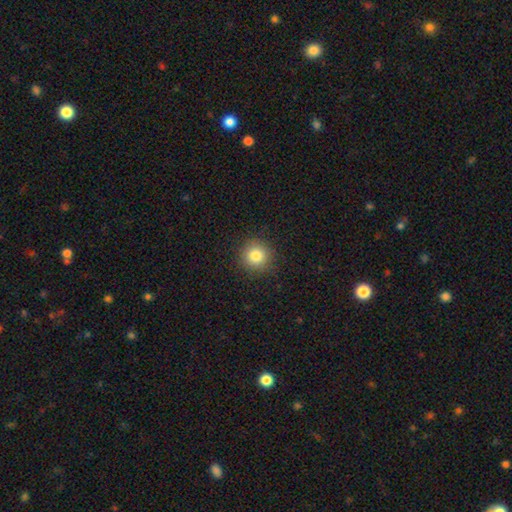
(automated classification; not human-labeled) This is clearly a smooth galaxy (82%). How rounded: clearly round (93%). Merging: clearly none (89%).